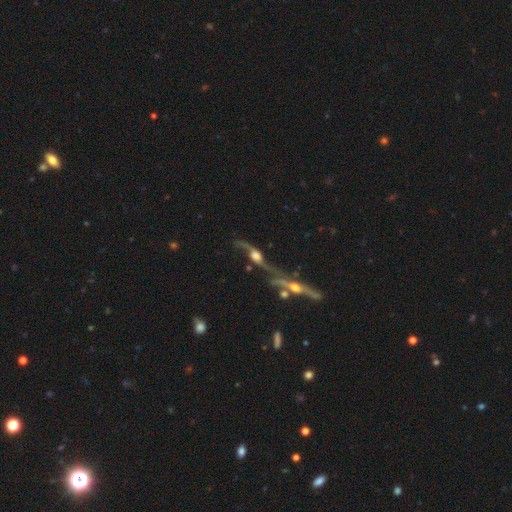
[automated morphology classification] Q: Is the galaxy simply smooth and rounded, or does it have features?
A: featured or disk — 82%.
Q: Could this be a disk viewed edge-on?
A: no — 57%.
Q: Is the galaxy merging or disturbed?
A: none — 36%.